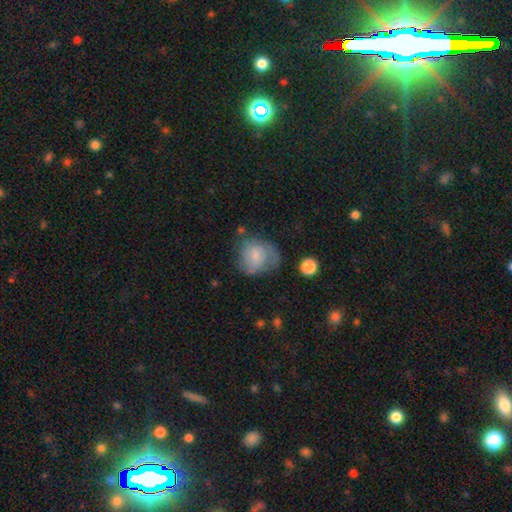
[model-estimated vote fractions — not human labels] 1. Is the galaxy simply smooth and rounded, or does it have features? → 54% smooth, 38% featured or disk, 8% star or artifact.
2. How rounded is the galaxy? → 72% round, 27% in between, 1% cigar-shaped.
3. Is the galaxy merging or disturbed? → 45% none, 30% minor disturbance, 21% major disturbance, 4% merger.